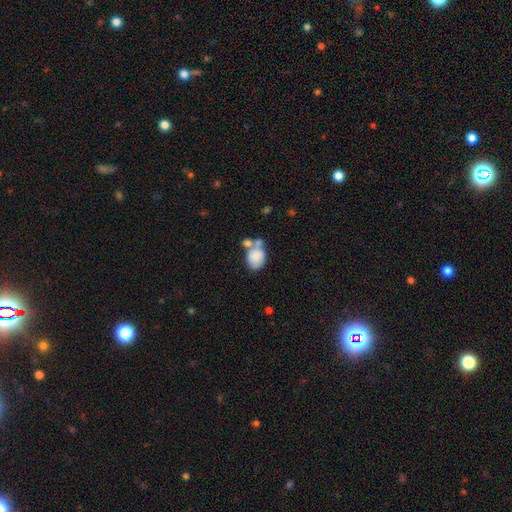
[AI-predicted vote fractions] A smooth galaxy with no disk features (79%) that is in between round and cigar-shaped (67%). Merging: merger (43%).